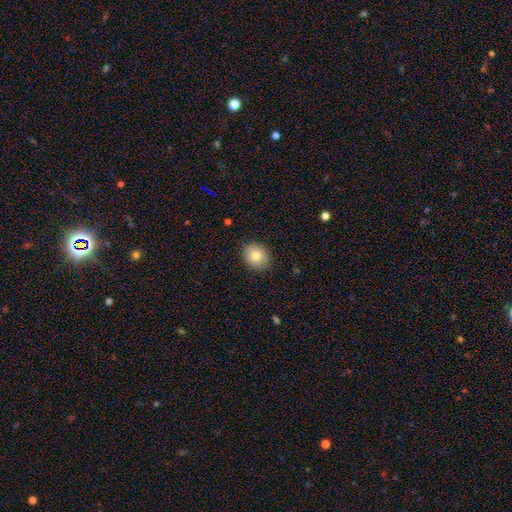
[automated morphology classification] smooth_or_featured: smooth (p=0.80) [alt: featured or disk p=0.12]
how_rounded: round (p=0.62) [alt: in between p=0.38]
merging: none (p=0.87) [alt: minor disturbance p=0.10]